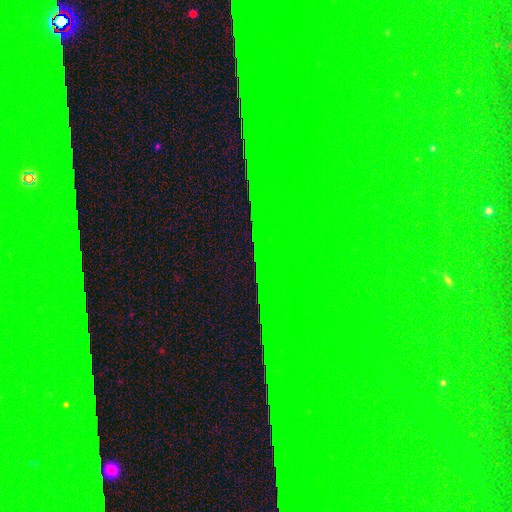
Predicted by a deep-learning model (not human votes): star or artifact 86%, featured or disk 8%, smooth 6%.